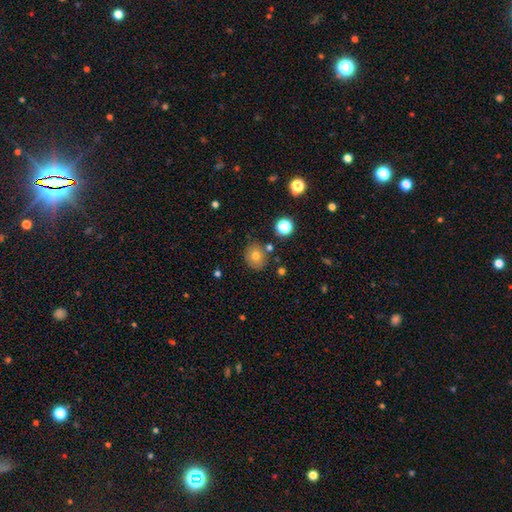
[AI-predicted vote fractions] Smooth or featured: smooth — 72% (star or artifact — 14%)
How rounded: round — 72% (in between — 27%)
Merging: none — 74% (minor disturbance — 15%)